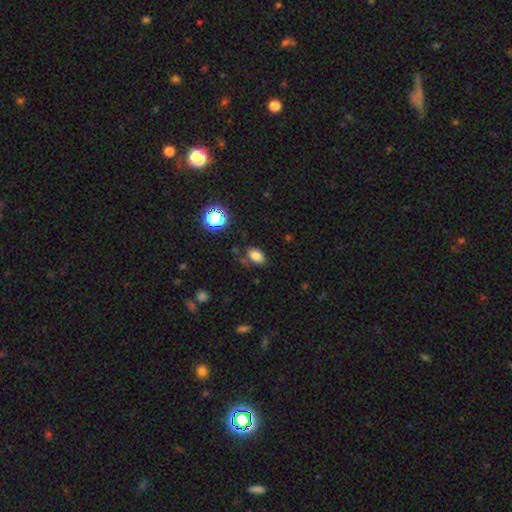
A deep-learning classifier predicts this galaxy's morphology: smooth-or-featured: smooth: 80% | star or artifact: 14% | featured or disk: 7%
  how-rounded: in between: 84% | round: 14% | cigar-shaped: 1%
  merging: none: 74% | minor disturbance: 17% | major disturbance: 5% | merger: 5%